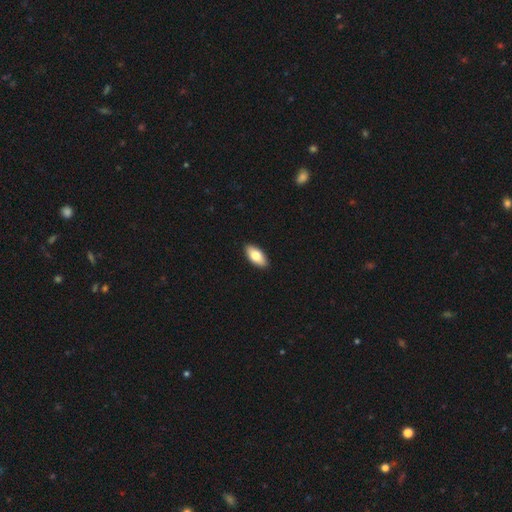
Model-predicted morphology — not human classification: type=smooth (79%); roundness=in between (89%); merging=none (91%).